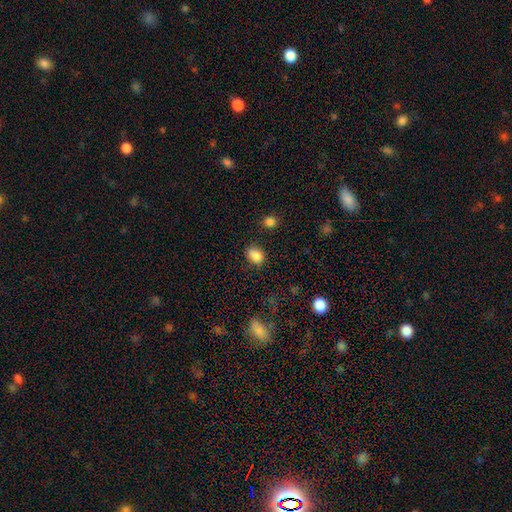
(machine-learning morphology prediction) This is clearly a smooth galaxy (85%). How rounded: possibly in between (60%). Merging: likely none (74%).